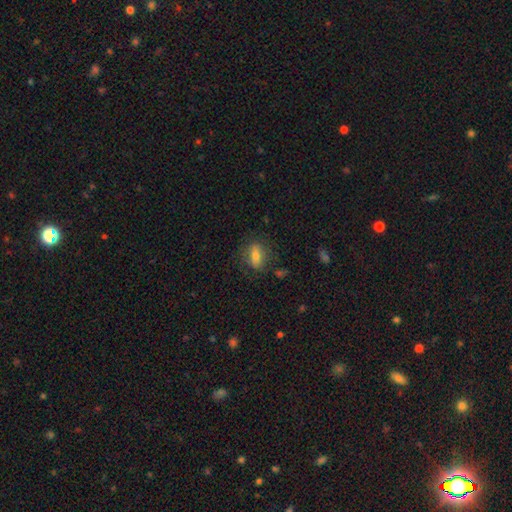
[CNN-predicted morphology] Smooth or featured? smooth (65%)
How rounded? in between (70%)
Merging? none (76%)